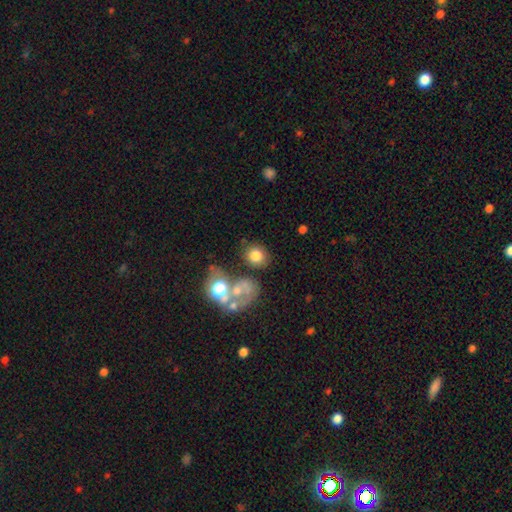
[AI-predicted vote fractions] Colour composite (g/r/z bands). It shows a smooth galaxy with no disk features (74%) that is round (68%). Merging: none (61%).